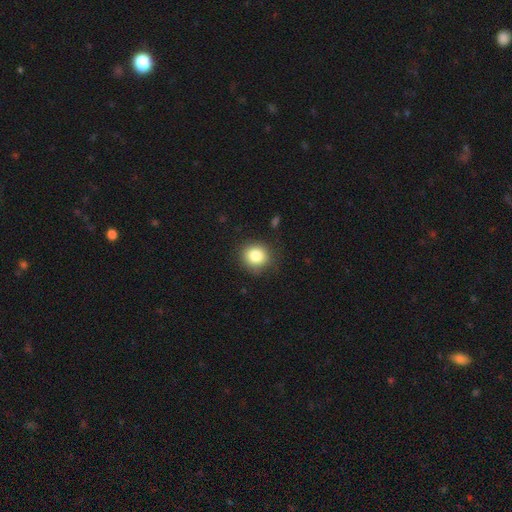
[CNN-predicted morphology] Smooth or featured: smooth — 84% (star or artifact — 10%)
How rounded: round — 85% (in between — 15%)
Merging: none — 85% (minor disturbance — 11%)